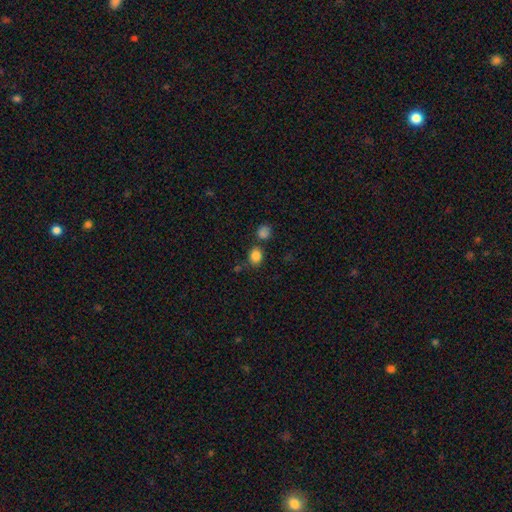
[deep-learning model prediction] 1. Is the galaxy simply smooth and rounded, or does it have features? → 84% smooth, 12% star or artifact, 5% featured or disk.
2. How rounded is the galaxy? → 65% round, 34% in between, 1% cigar-shaped.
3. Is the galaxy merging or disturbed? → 71% none, 15% merger, 11% minor disturbance, 4% major disturbance.